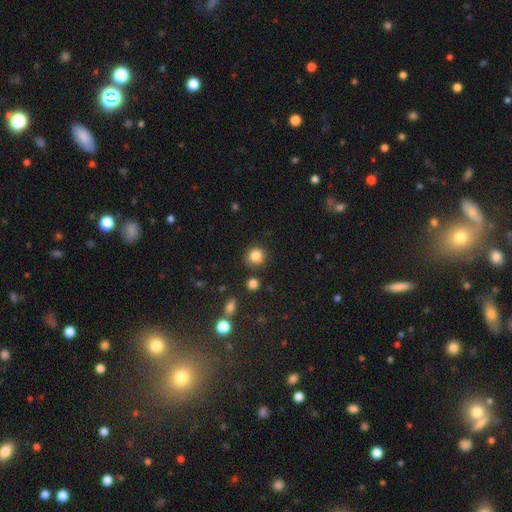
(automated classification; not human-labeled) This is clearly a smooth galaxy (84%). How rounded: clearly round (86%). Merging: clearly none (82%).